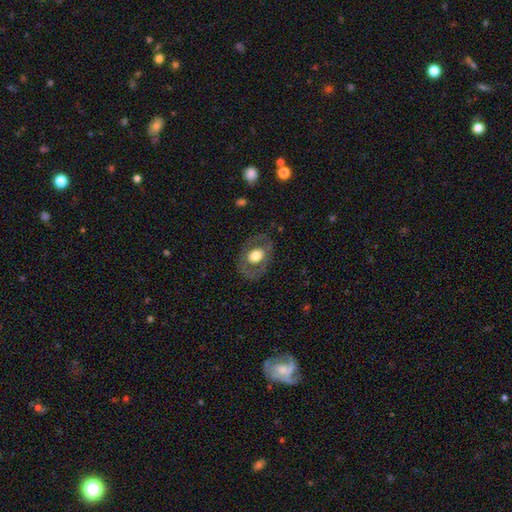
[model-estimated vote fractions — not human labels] The model was most divided on "smooth or featured": smooth: 49%, featured or disk: 44%, star or artifact: 7%. More confident: merging — none (77%).